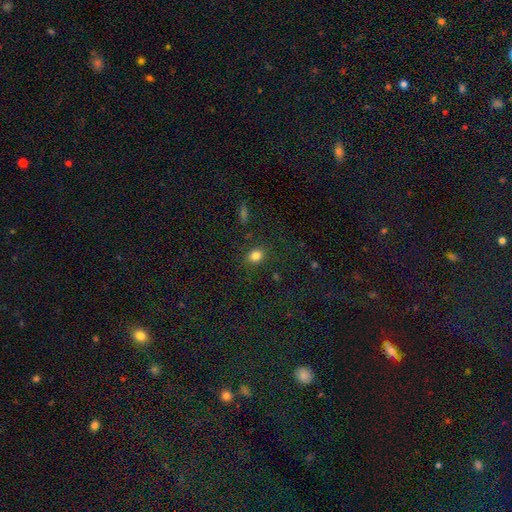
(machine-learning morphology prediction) smooth_or_featured: smooth (p=0.82) [alt: star or artifact p=0.12]
how_rounded: in between (p=0.54) [alt: round p=0.45]
merging: none (p=0.84) [alt: minor disturbance p=0.11]